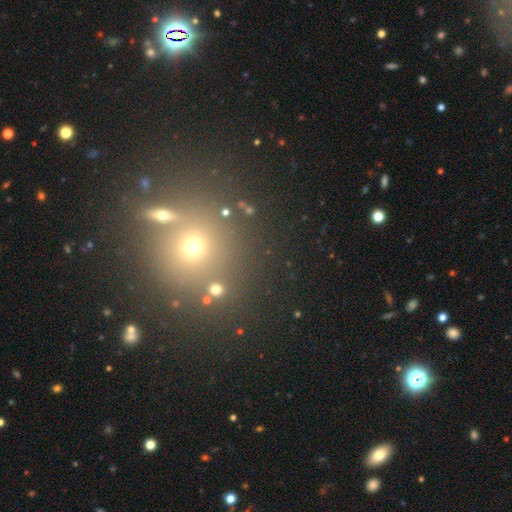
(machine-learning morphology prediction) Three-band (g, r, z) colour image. It shows a smooth galaxy with no disk features (46%). Merging: none (75%).